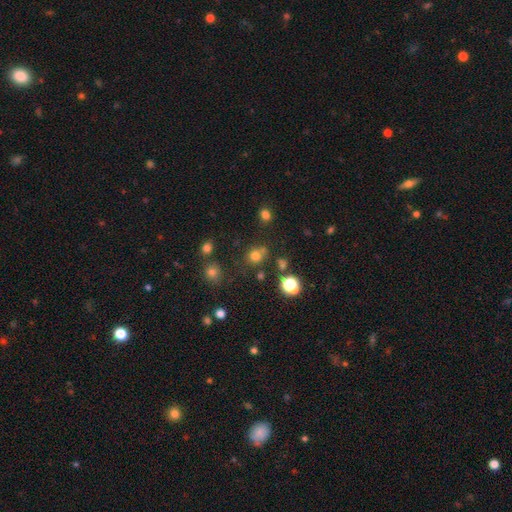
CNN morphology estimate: This appears to be a smooth galaxy with no disk features (70%) that is round (77%). Merging: none (64%).